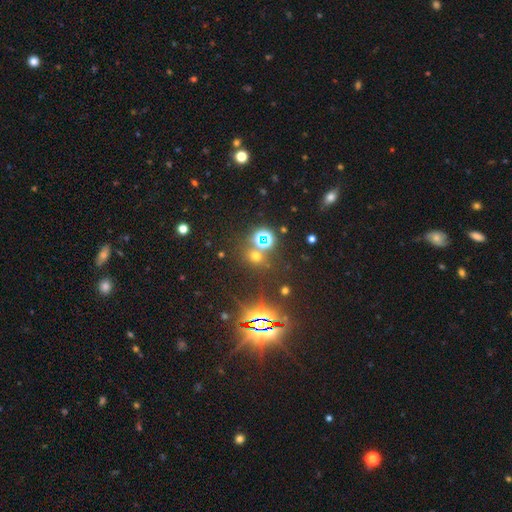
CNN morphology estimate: The model was most divided on "smooth or featured": star or artifact: 49%, smooth: 43%, featured or disk: 8%.